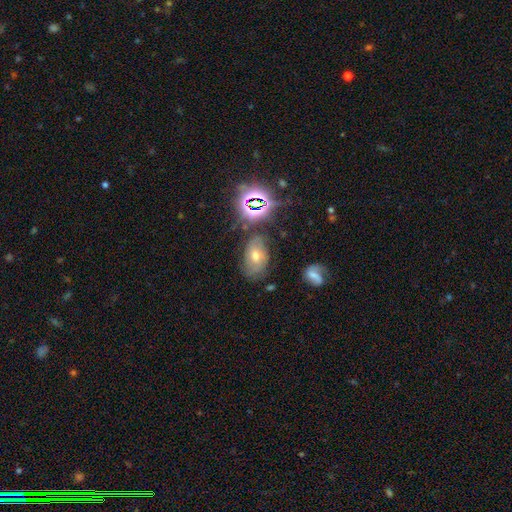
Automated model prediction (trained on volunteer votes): This is marginally a featured or disk galaxy (42%). Merging: likely none (68%).